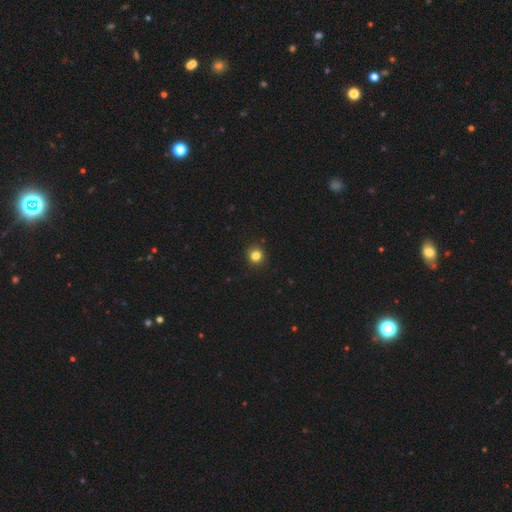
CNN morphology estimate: Overall: smooth (83%). How rounded: round (92%). Merging: none (93%).